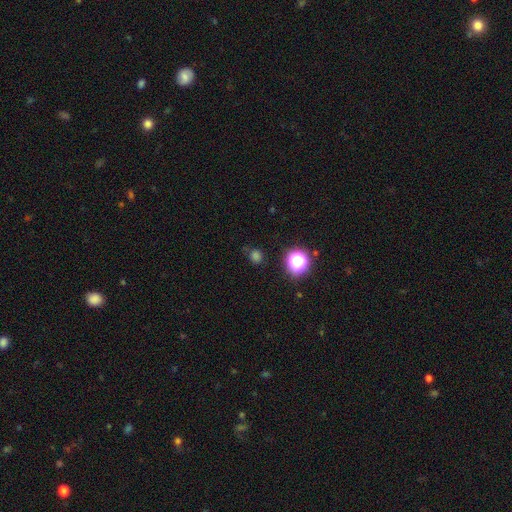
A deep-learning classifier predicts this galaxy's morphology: This appears to be a smooth galaxy with no disk features (60%) that is round (80%). Merging: none (78%).